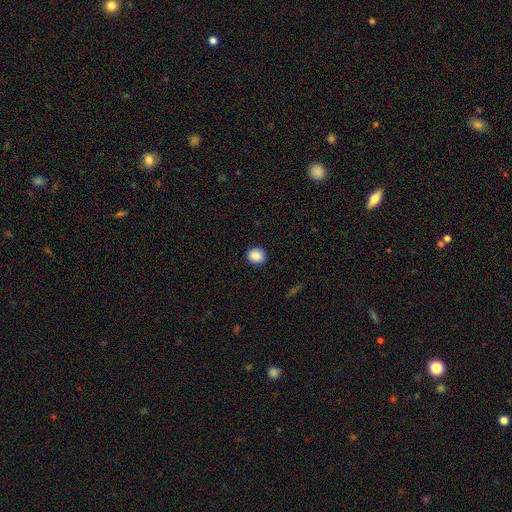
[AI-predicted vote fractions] Overall: smooth (88%). How rounded: round (80%). Merging: none (91%).